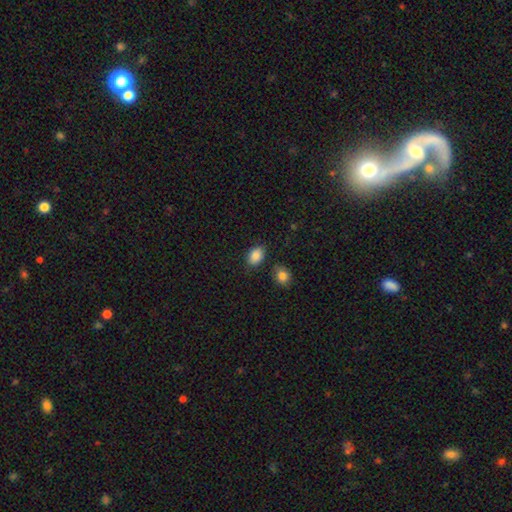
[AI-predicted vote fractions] smooth 88%, star or artifact 8%, featured or disk 4%. Down the decision tree: how rounded — in between (79%); merging — none (79%).